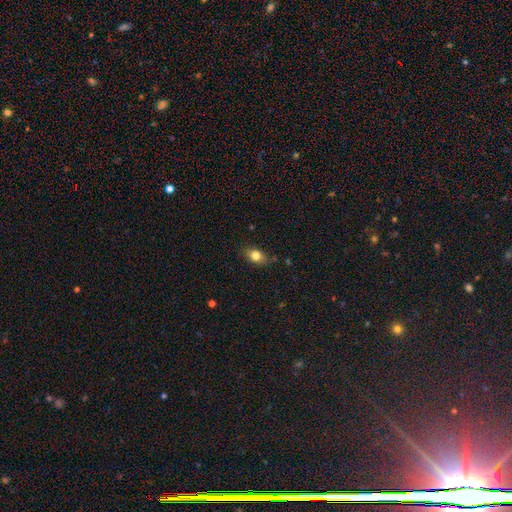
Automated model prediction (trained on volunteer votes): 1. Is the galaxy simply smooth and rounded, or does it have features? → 79% smooth, 12% featured or disk, 9% star or artifact.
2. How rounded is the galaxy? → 77% in between, 19% round, 4% cigar-shaped.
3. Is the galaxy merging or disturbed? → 78% none, 17% minor disturbance, 3% major disturbance, 2% merger.